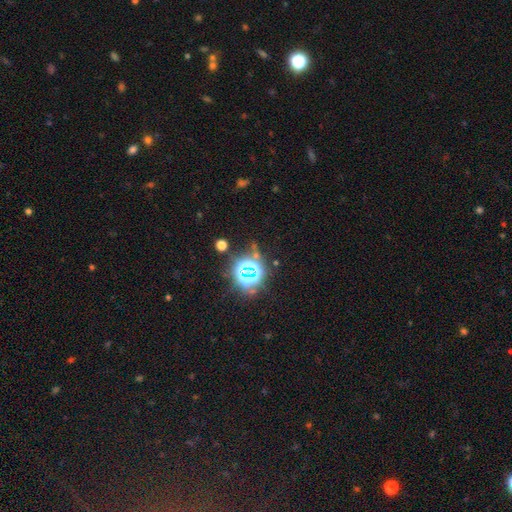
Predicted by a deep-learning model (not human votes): This appears to be a star or artifact, not a galaxy (76%).